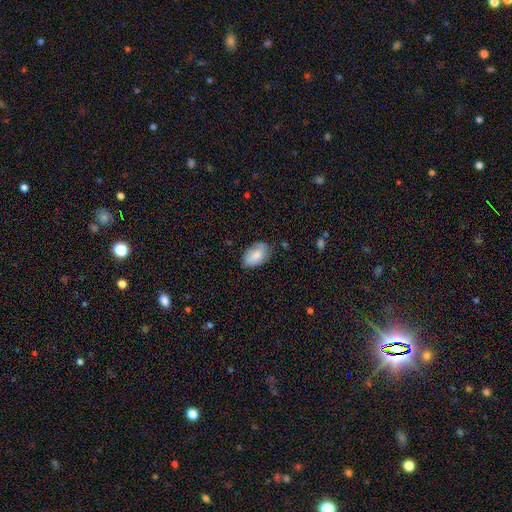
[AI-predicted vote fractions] Overall: smooth (81%). How rounded: in between (93%). Merging: none (76%).